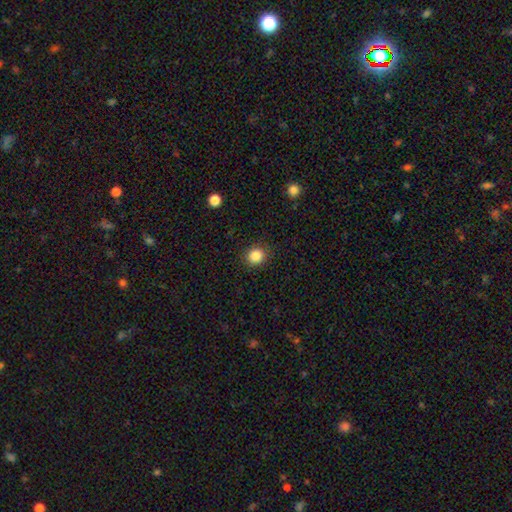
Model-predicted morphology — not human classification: The model was most divided on "how rounded": round: 83%, in between: 16%, cigar-shaped: 1%. More confident: merging — none (90%); smooth or featured — smooth (85%).